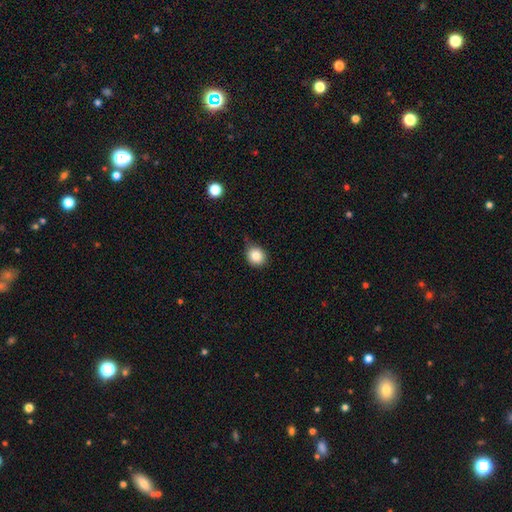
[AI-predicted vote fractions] Smooth or featured: smooth — 85% (star or artifact — 10%)
How rounded: round — 74% (in between — 25%)
Merging: none — 68% (minor disturbance — 25%)